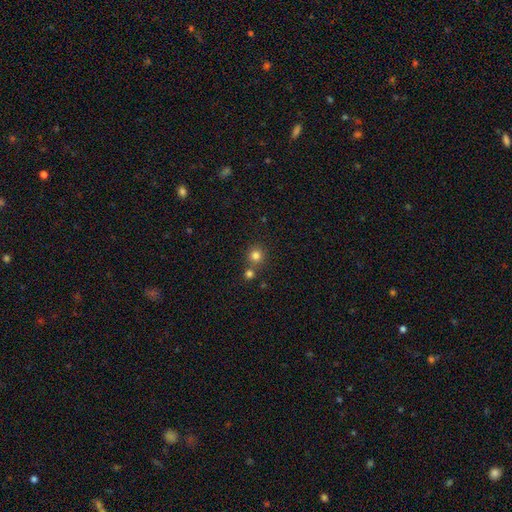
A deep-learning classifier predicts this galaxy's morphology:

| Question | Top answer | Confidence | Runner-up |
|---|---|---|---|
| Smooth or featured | smooth | 80% | star or artifact (14%) |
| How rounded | round | 92% | in between (7%) |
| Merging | none | 69% | merger (21%) |